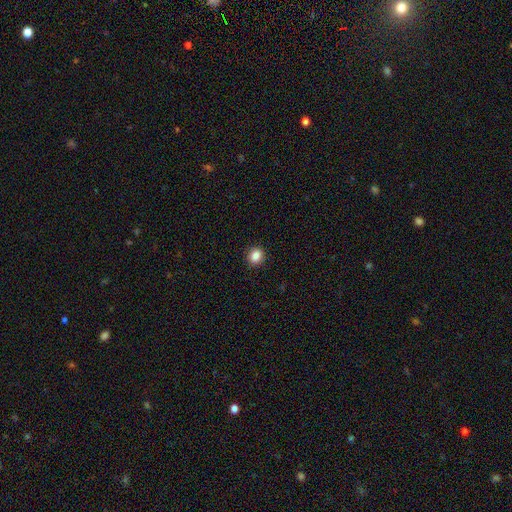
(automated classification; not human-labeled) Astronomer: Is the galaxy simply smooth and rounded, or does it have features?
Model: smooth — 86%.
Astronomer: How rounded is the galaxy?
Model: round — 72%.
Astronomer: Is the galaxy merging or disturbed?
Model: none — 91%.